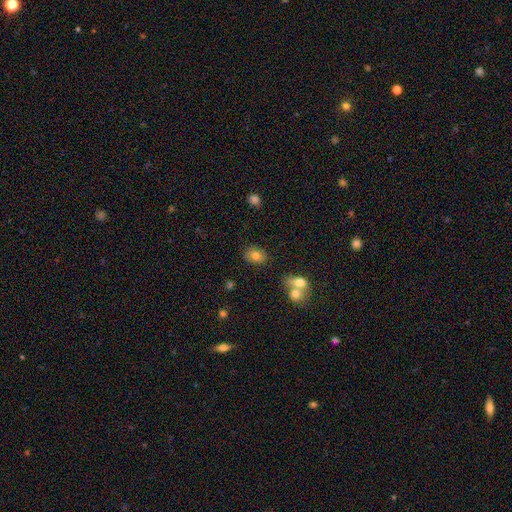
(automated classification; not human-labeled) Overall: smooth (80%). How rounded: in between (64%; round 35%). Merging: none (81%).